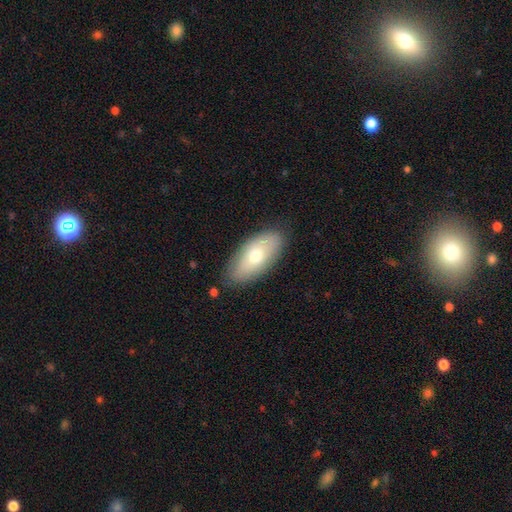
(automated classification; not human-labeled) Smooth or featured?
  - smooth: 65% *
  - featured or disk: 28%
  - star or artifact: 7%
How rounded?
  - in between: 90% *
  - cigar-shaped: 7%
  - round: 3%
Merging?
  - none: 84% *
  - minor disturbance: 12%
  - major disturbance: 3%
  - merger: 1%